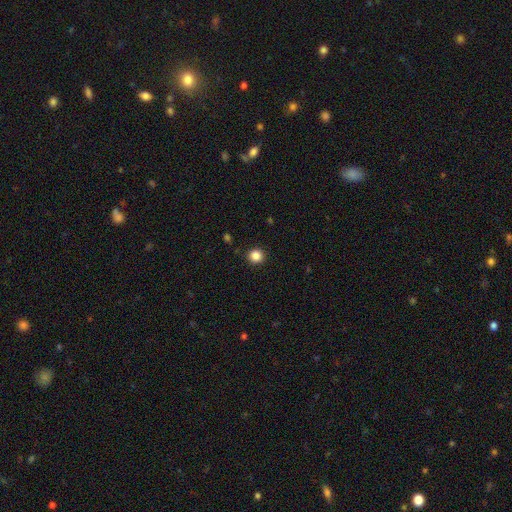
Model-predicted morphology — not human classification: smooth 86%, star or artifact 11%, featured or disk 3%. Down the decision tree: how rounded — round (93%); merging — none (92%).